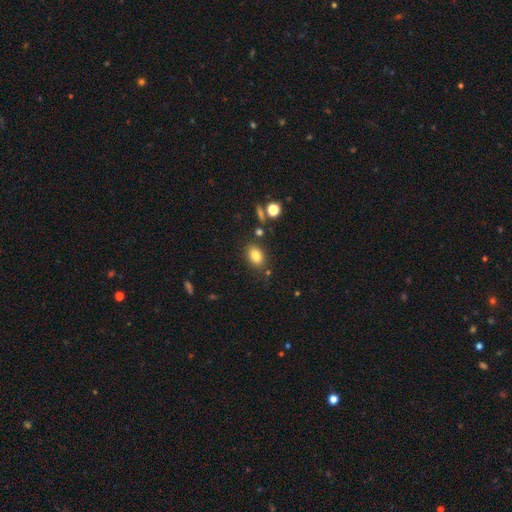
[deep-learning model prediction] smooth 82%, star or artifact 11%, featured or disk 8%. Down the decision tree: how rounded — in between (81%); merging — none (78%).